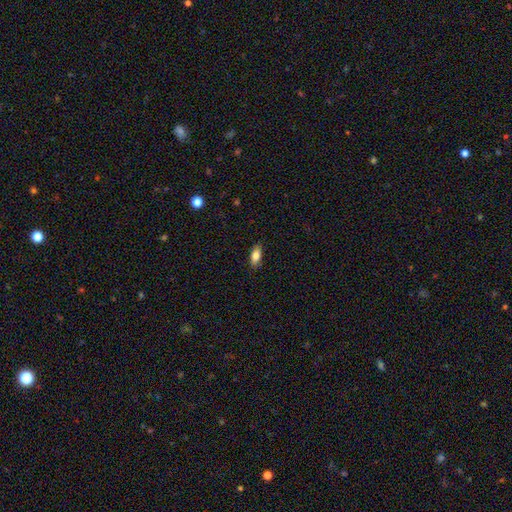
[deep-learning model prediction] Smooth or featured? Predicted: smooth (p=0.82). How rounded? Predicted: in between (p=0.85). Merging? Predicted: none (p=0.86).